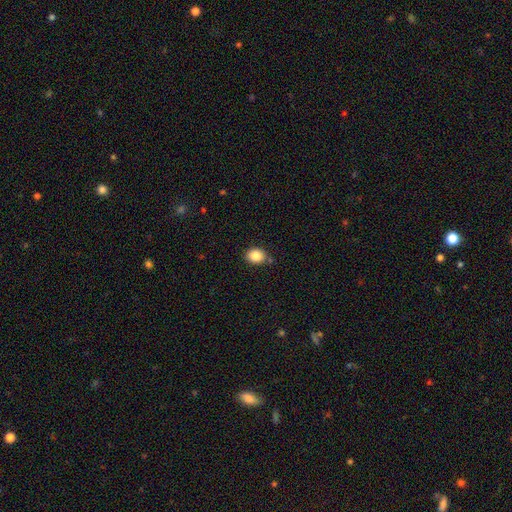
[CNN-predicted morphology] Overall: smooth (85%). How rounded: round (51%; in between 48%). Merging: none (82%).